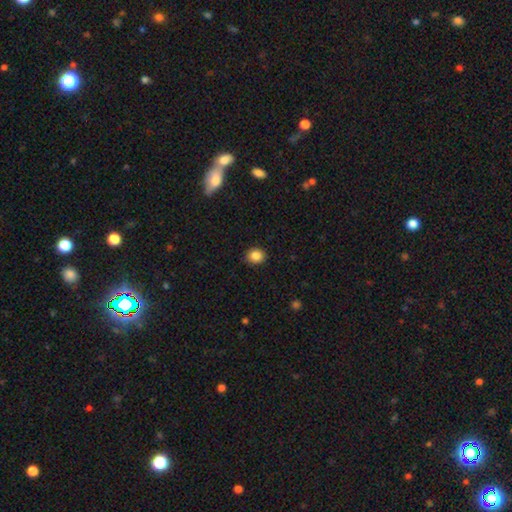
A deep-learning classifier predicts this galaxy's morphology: A smooth galaxy with no disk features (85%) that is round (75%).

Vote fractions:
- Smooth or featured? smooth: 85% / star or artifact: 10% / featured or disk: 5%
- How rounded? round: 75% / in between: 24% / cigar-shaped: 1%
- Merging? none: 90% / minor disturbance: 7% / major disturbance: 2% / merger: 1%